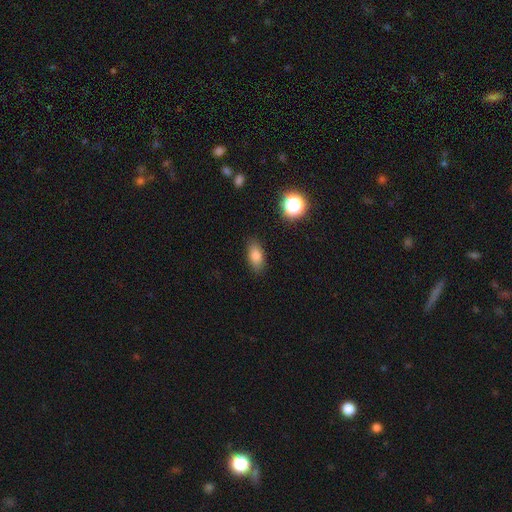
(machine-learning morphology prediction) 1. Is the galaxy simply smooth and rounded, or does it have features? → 81% smooth, 11% star or artifact, 8% featured or disk.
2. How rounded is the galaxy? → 86% in between, 7% round, 6% cigar-shaped.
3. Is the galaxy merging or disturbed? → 86% none, 10% minor disturbance, 3% major disturbance, 1% merger.